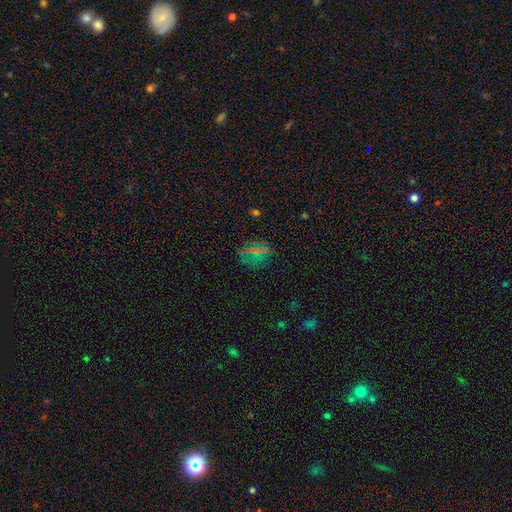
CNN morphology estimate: smooth 43%, star or artifact 42%, featured or disk 16%. Down the decision tree: merging — none (75%).